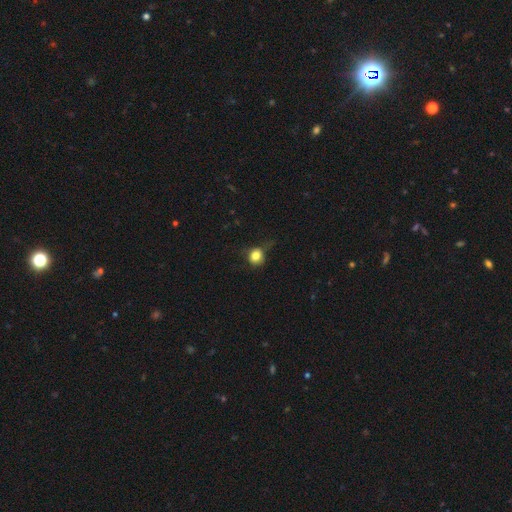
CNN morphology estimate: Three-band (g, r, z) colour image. It shows a smooth galaxy with no disk features (81%) that is round (77%). Merging: none (57%).